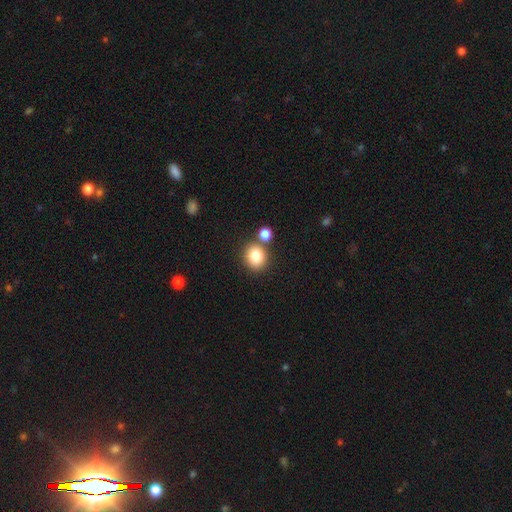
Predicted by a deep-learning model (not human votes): A smooth galaxy with no disk features (83%) that is round (74%).

Vote fractions:
- Smooth or featured? smooth: 83% / star or artifact: 10% / featured or disk: 7%
- How rounded? round: 74% / in between: 25% / cigar-shaped: 1%
- Merging? none: 71% / merger: 16% / minor disturbance: 9% / major disturbance: 3%